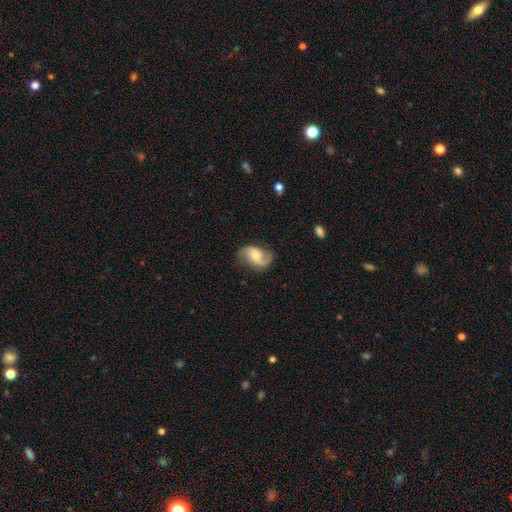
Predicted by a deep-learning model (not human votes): Smooth or featured: featured or disk — 69% (smooth — 24%)
Edge-on disk: no — 97% (yes — 3%)
Bar: no — 58% (weak — 35%)
Spiral arms: yes — 94% (no — 6%)
Spiral winding: loose — 45% (medium — 40%)
Spiral arm count: 2 — 79% (1 — 13%)
Bulge size: moderate — 47% (small — 39%)
Merging: none — 66% (minor disturbance — 22%)